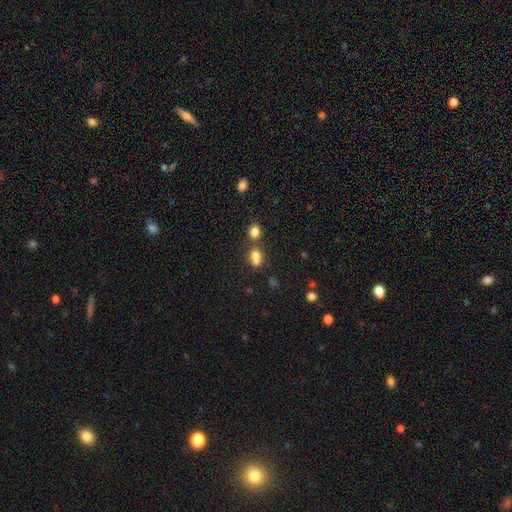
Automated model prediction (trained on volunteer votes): Smooth or featured: smooth — 74% (star or artifact — 14%)
How rounded: in between — 50% (round — 47%)
Merging: merger — 54% (none — 32%)